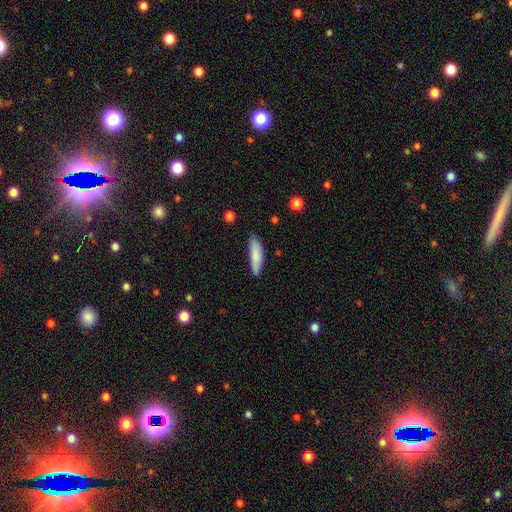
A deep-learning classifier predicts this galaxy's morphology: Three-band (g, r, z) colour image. It shows a smooth galaxy with no disk features (83%) that is cigar-shaped (70%). Merging: none (78%).